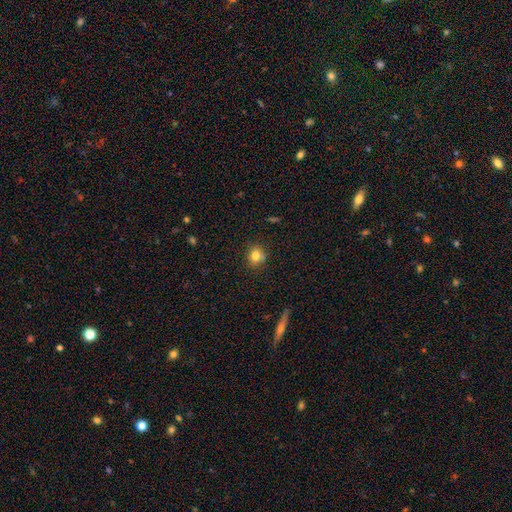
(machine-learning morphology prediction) Smooth or featured? Predicted: smooth (p=0.81). How rounded? Predicted: round (p=0.80). Merging? Predicted: none (p=0.81).